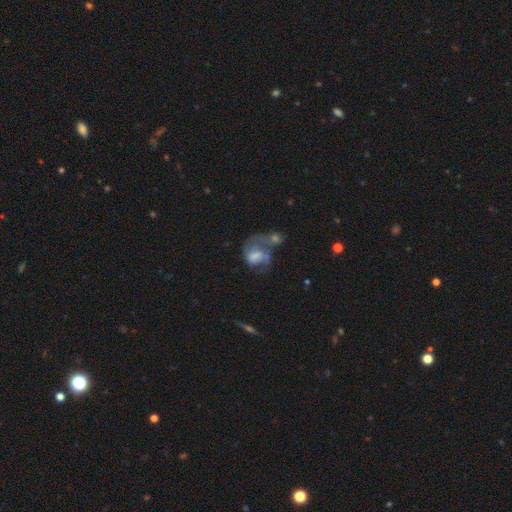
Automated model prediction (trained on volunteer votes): Smooth or featured: featured or disk — 52% (smooth — 39%)
Edge-on disk: no — 97% (yes — 3%)
Bar: no — 67% (weak — 26%)
Spiral arms: yes — 56% (no — 44%)
Bulge size: none — 34% (moderate — 24%)
Merging: merger — 38% (major disturbance — 34%)